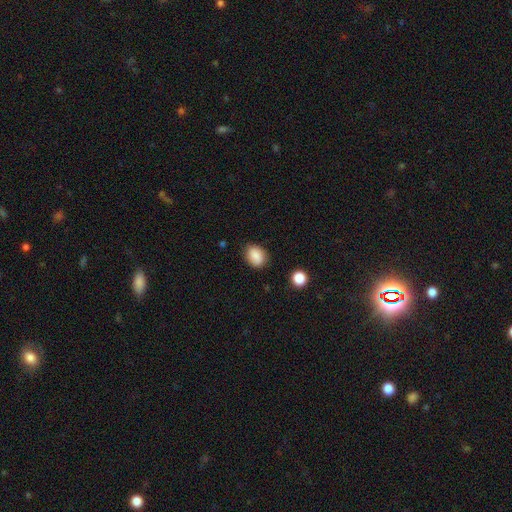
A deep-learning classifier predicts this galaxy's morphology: Smooth or featured? smooth (86%)
How rounded? in between (61%)
Merging? none (79%)